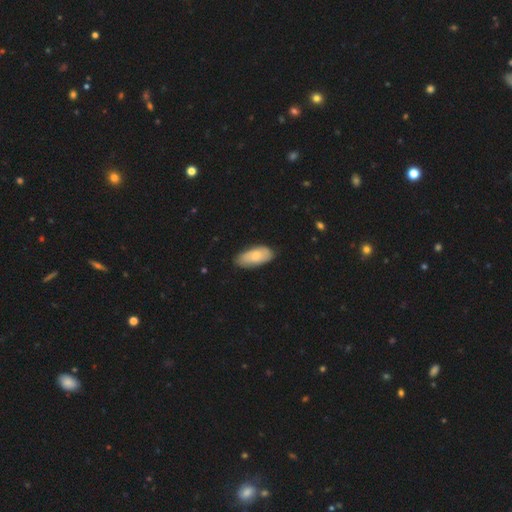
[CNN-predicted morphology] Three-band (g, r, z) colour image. It shows a smooth galaxy with no disk features (73%) that is in between round and cigar-shaped (89%). Merging: none (76%).